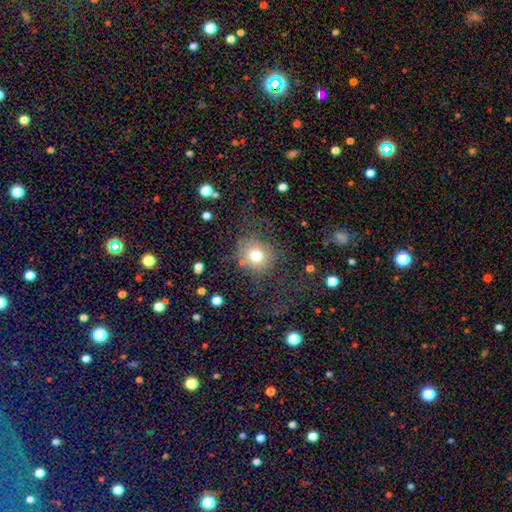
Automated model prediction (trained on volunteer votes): Smooth or featured? Predicted: smooth (p=0.72). How rounded? Predicted: round (p=0.82). Merging? Predicted: none (p=0.61).